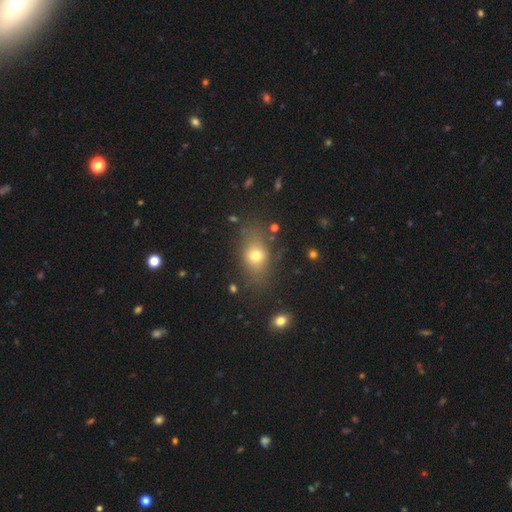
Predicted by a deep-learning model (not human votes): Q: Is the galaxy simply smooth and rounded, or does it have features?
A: smooth — 71%.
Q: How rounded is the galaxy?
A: in between — 66%.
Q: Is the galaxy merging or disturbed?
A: none — 75%.